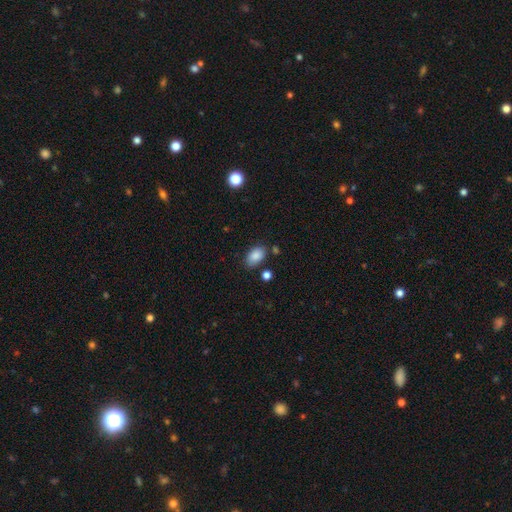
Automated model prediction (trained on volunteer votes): A smooth galaxy with no disk features (87%) that is in between round and cigar-shaped (90%). Merging: none (76%).